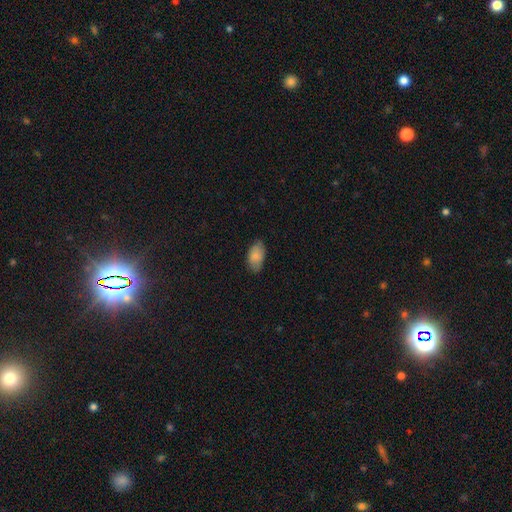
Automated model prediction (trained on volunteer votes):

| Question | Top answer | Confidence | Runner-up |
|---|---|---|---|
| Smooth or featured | smooth | 84% | featured or disk (9%) |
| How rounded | in between | 94% | round (4%) |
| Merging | none | 77% | minor disturbance (19%) |